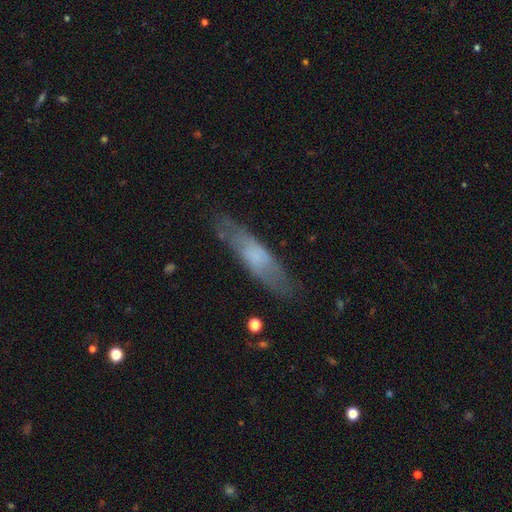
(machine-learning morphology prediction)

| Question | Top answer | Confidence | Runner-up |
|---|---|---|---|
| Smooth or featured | smooth | 53% | featured or disk (39%) |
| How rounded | cigar-shaped | 71% | in between (27%) |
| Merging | none | 76% | minor disturbance (17%) |